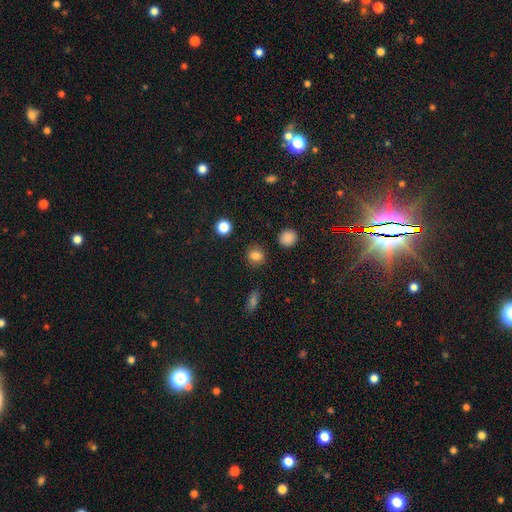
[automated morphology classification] Smooth or featured: smooth — 81% (star or artifact — 13%)
How rounded: round — 79% (in between — 19%)
Merging: none — 87% (minor disturbance — 8%)